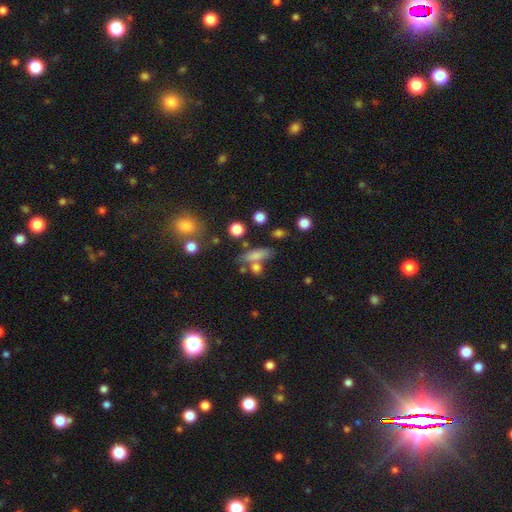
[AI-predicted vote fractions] Smooth or featured? Predicted: smooth (p=0.73). How rounded? Predicted: in between (p=0.49). Merging? Predicted: none (p=0.55).